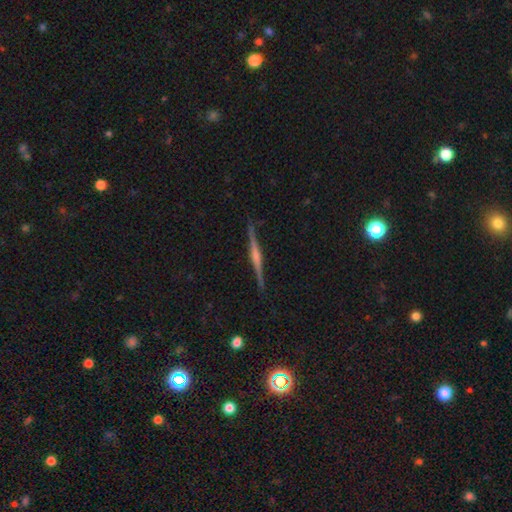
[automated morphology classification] This appears to be a featured or disk galaxy (80%) viewed edge-on (98%) with a rounded central bulge (69%). Merging: none (92%).